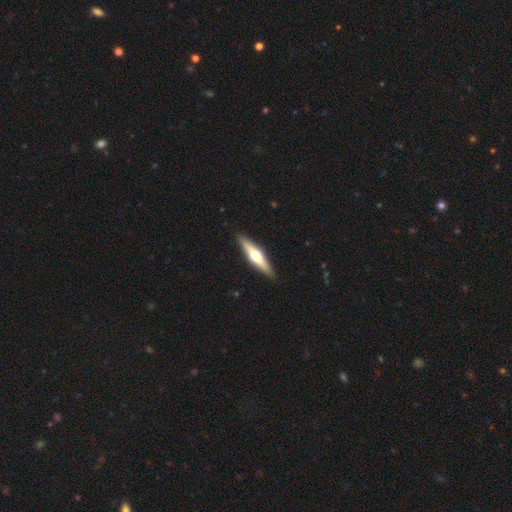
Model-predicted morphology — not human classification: Q: Smooth or featured?
A: featured or disk (59%); runner-up: smooth (36%)
Q: Edge-on disk?
A: yes (95%); runner-up: no (5%)
Q: Edge-on bulge?
A: rounded (91%); runner-up: boxy (5%)
Q: Merging?
A: none (90%); runner-up: minor disturbance (7%)